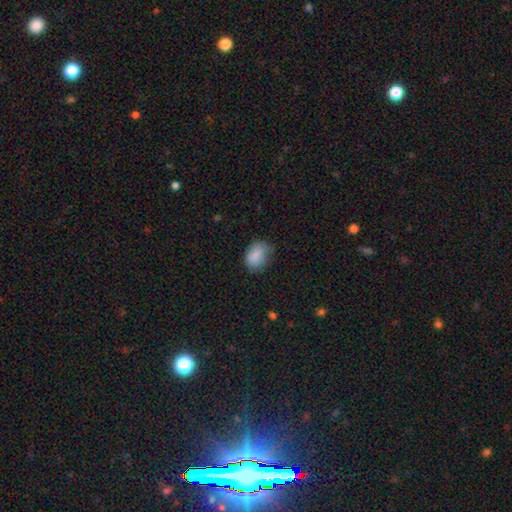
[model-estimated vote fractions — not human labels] smooth_or_featured: smooth (p=0.85) [alt: star or artifact p=0.09]
how_rounded: in between (p=0.72) [alt: round p=0.26]
merging: none (p=0.61) [alt: minor disturbance p=0.29]